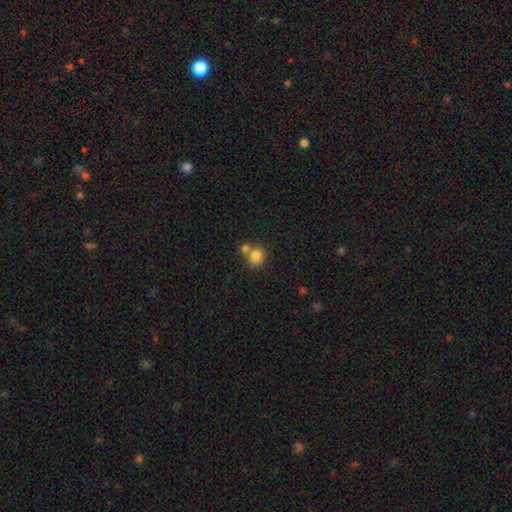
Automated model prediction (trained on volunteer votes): smooth 82%, star or artifact 10%, featured or disk 8%. Down the decision tree: how rounded — round (83%); merging — none (50%).